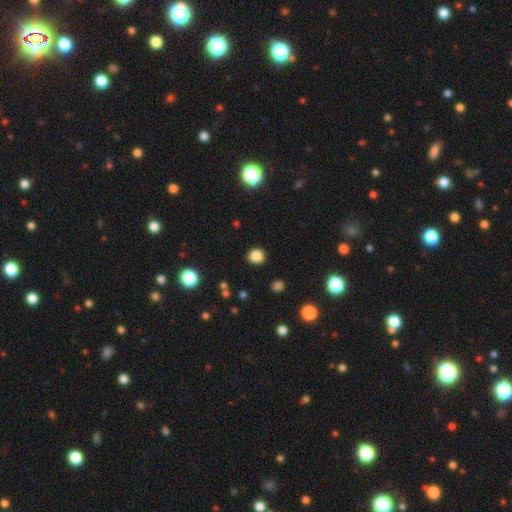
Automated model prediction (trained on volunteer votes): Smooth or featured? Predicted: smooth (p=0.84). How rounded? Predicted: round (p=0.85). Merging? Predicted: none (p=0.89).